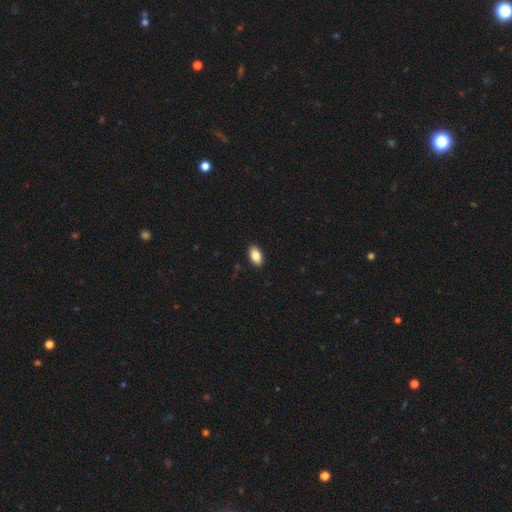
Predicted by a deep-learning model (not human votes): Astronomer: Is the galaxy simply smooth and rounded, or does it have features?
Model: smooth — 86%.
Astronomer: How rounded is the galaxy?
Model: in between — 94%.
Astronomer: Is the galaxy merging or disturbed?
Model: none — 91%.